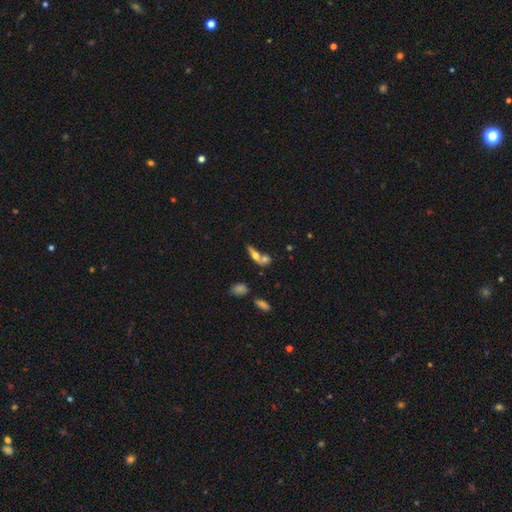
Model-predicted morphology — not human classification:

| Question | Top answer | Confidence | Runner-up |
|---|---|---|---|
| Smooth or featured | smooth | 57% | featured or disk (32%) |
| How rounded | in between | 58% | cigar-shaped (32%) |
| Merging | merger | 47% | none (34%) |